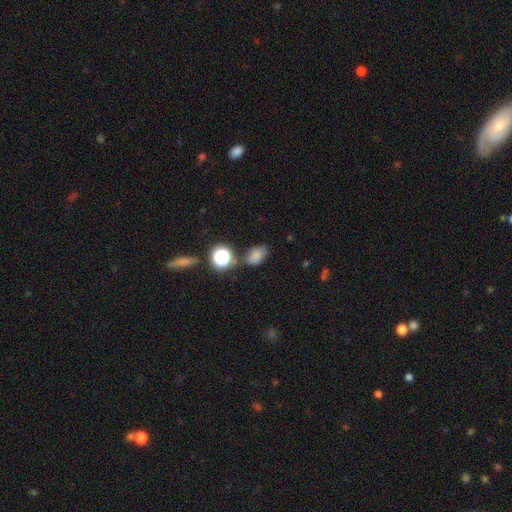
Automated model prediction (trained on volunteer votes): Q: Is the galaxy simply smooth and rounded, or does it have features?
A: smooth — 75%.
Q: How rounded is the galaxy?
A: in between — 76%.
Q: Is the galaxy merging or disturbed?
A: none — 65%.